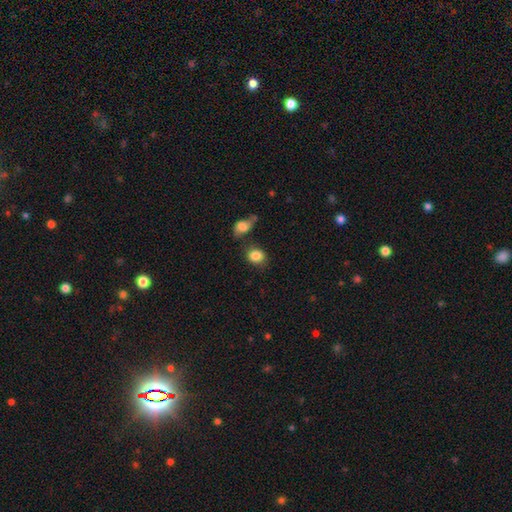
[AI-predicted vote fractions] This appears to be a smooth galaxy with no disk features (85%) that is round (61%). Merging: none (67%).